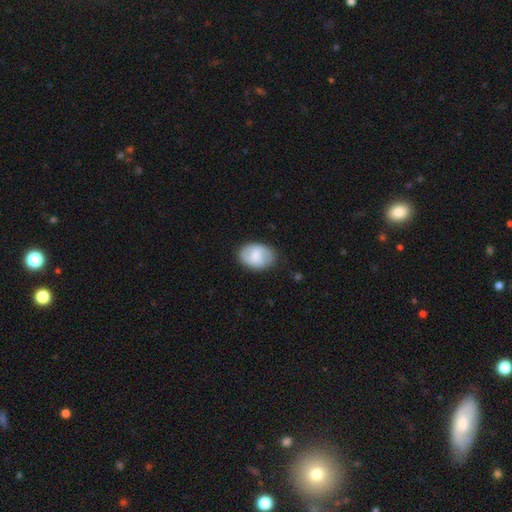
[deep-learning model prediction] Smooth or featured? Predicted: smooth (p=0.61). How rounded? Predicted: in between (p=0.77). Merging? Predicted: none (p=0.79).